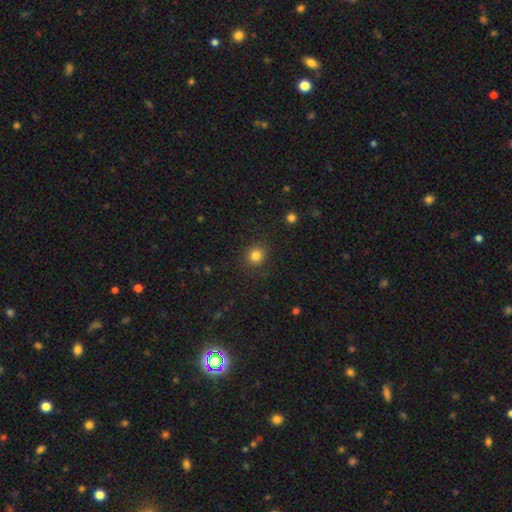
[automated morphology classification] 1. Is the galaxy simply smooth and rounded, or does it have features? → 82% smooth, 13% star or artifact, 5% featured or disk.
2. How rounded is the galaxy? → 87% round, 12% in between, 1% cigar-shaped.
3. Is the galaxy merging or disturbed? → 88% none, 8% minor disturbance, 3% major disturbance, 1% merger.